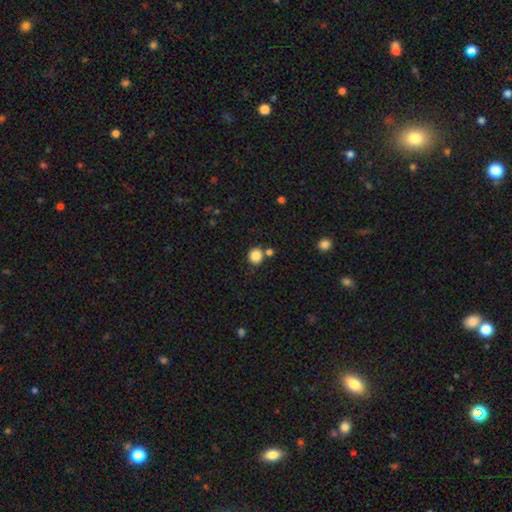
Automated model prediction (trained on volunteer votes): smooth-or-featured: smooth: 85% | star or artifact: 10% | featured or disk: 5%
  how-rounded: round: 87% | in between: 12% | cigar-shaped: 1%
  merging: none: 76% | merger: 13% | minor disturbance: 9% | major disturbance: 3%